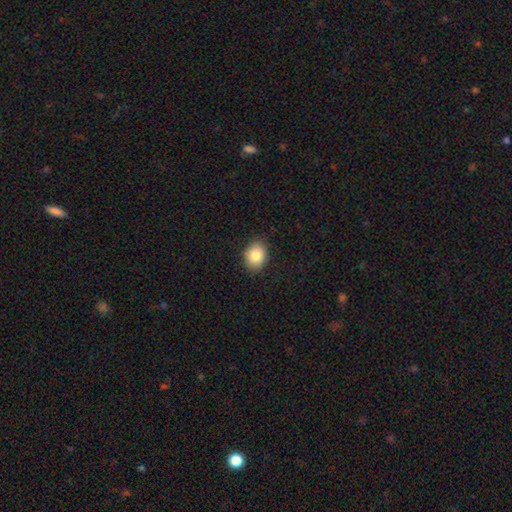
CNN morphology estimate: Smooth or featured? smooth (84%)
How rounded? in between (57%)
Merging? none (87%)